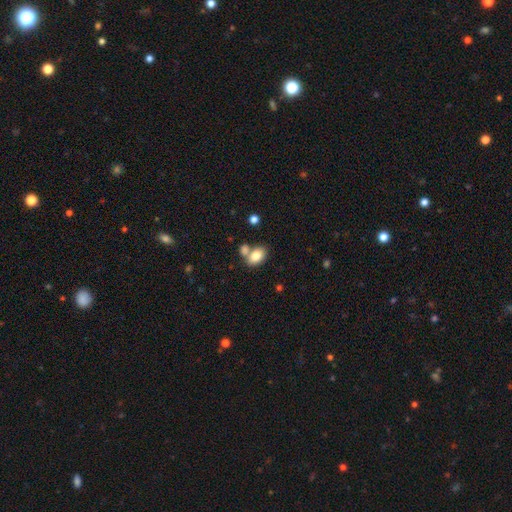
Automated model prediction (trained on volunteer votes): Overall: smooth (81%). How rounded: in between (83%). Merging: none (50%; merger 35%).